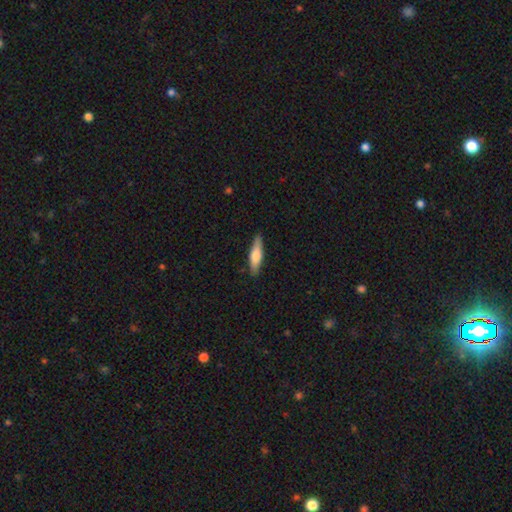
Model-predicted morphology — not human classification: A smooth galaxy with no disk features (64%) that is cigar-shaped (68%). Merging: none (88%).